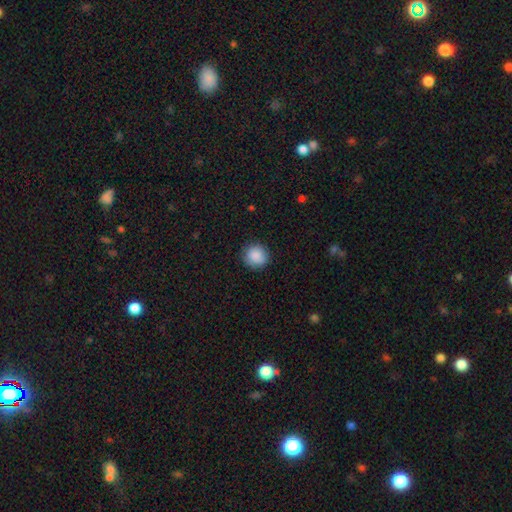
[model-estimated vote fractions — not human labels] This appears to be a smooth galaxy with no disk features (89%) that is round (90%). Merging: none (87%).